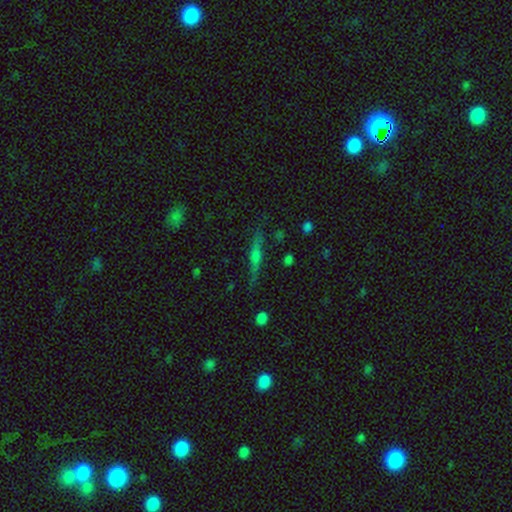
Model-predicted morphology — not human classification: A featured or disk galaxy (58%) viewed edge-on (95%) with a rounded central bulge (72%). Merging: none (84%).